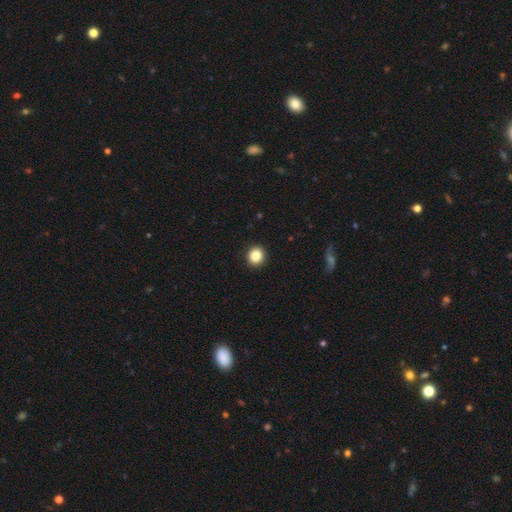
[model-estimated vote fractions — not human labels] Q: Smooth or featured?
A: smooth (85%); runner-up: star or artifact (10%)
Q: How rounded?
A: round (87%); runner-up: in between (12%)
Q: Merging?
A: none (93%); runner-up: minor disturbance (5%)